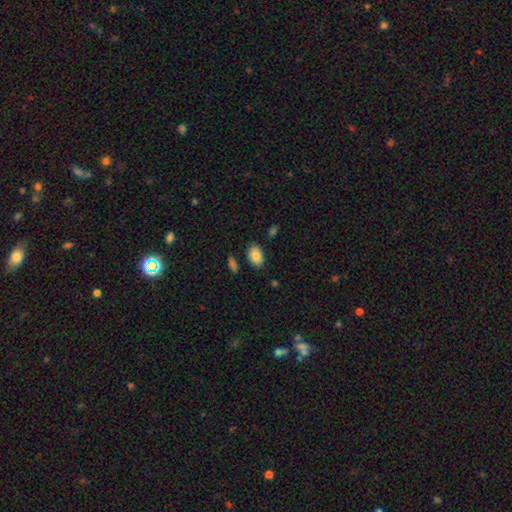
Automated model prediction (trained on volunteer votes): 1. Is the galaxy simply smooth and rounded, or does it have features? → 86% smooth, 7% star or artifact, 7% featured or disk.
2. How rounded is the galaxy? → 89% in between, 9% round, 1% cigar-shaped.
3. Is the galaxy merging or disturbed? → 82% none, 12% minor disturbance, 3% merger, 3% major disturbance.